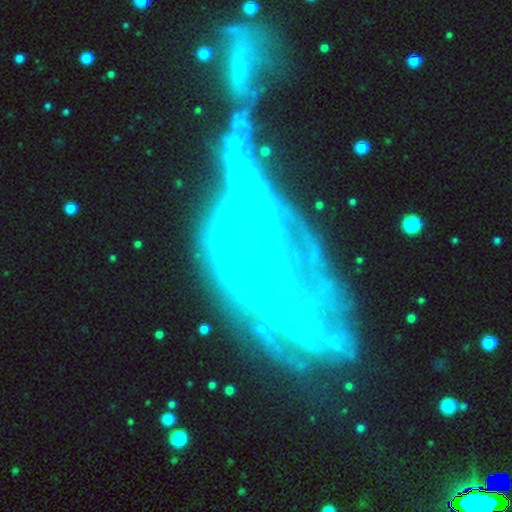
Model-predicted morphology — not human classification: Smooth or featured? featured or disk (71%)
Edge-on disk? no (92%)
Bar? no (67%)
Spiral arms? yes (62%)
Bulge size? small (53%)
Merging? merger (55%)